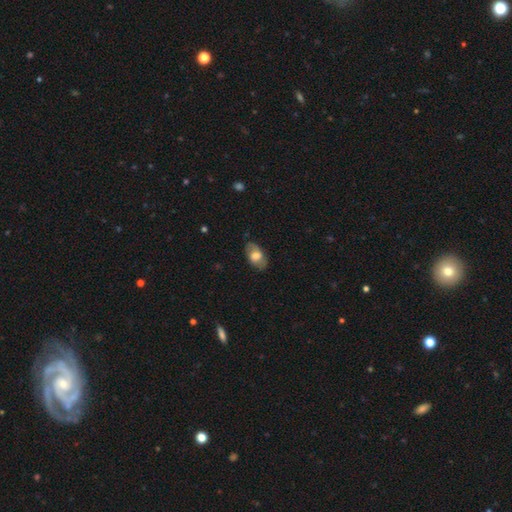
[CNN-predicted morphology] This appears to be a smooth galaxy with no disk features (62%) that is in between round and cigar-shaped (91%). Merging: none (78%).